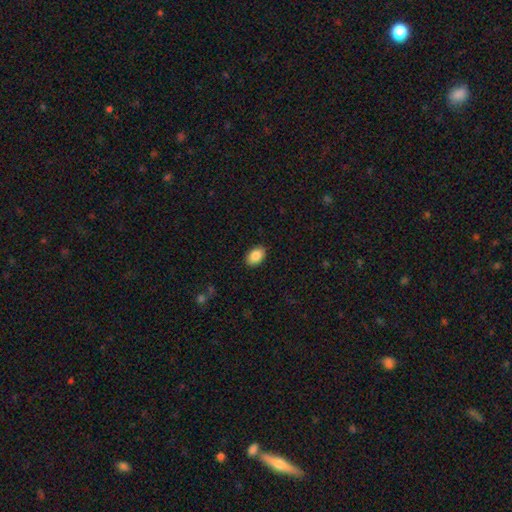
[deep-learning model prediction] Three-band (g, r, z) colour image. It shows a smooth galaxy with no disk features (87%) that is in between round and cigar-shaped (87%). Merging: none (90%).